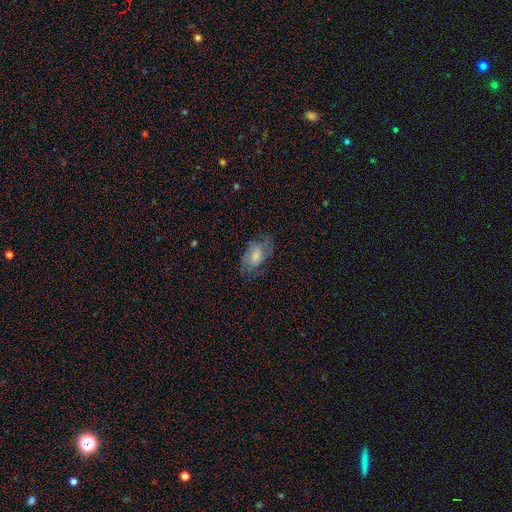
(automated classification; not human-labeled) Smooth or featured? smooth (47%)
Merging? none (56%)